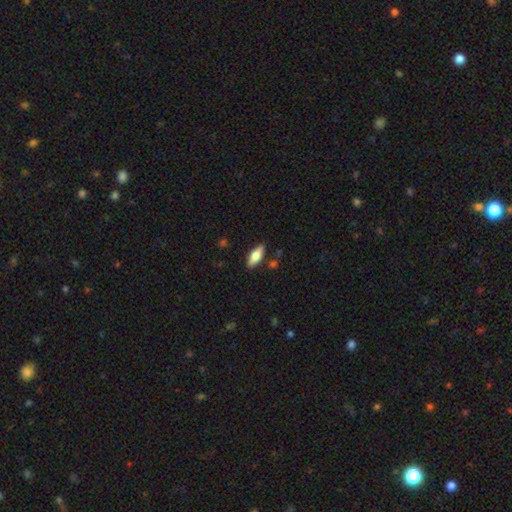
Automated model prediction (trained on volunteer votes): smooth-or-featured: smooth: 65% | featured or disk: 28% | star or artifact: 7%
  how-rounded: in between: 72% | cigar-shaped: 25% | round: 3%
  merging: none: 83% | minor disturbance: 12% | merger: 3% | major disturbance: 2%